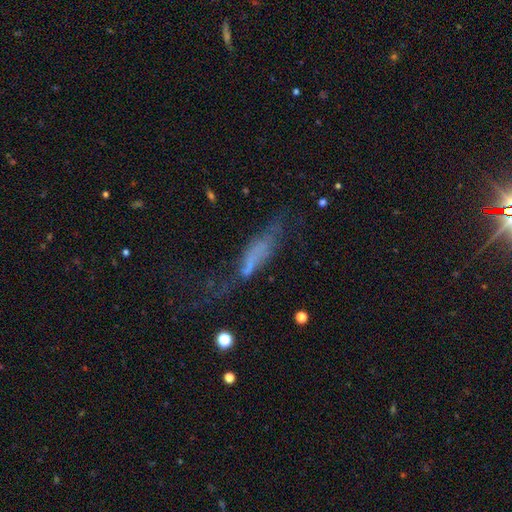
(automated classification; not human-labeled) Smooth or featured? smooth (45%)
Merging? major disturbance (42%)